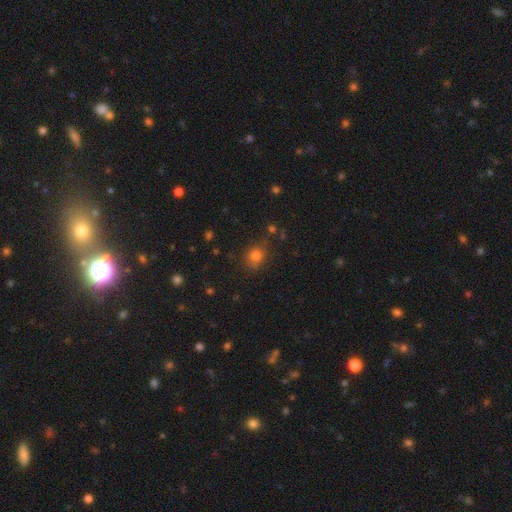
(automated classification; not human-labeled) Morphology: type=smooth (78%); roundness=round (65%); merging=none (73%).